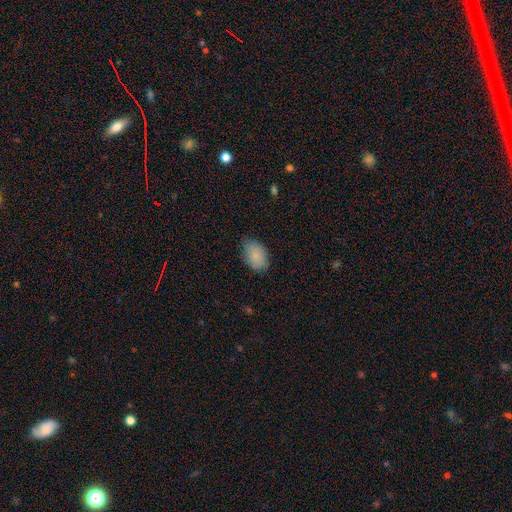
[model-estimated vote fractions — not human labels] A smooth galaxy with no disk features (86%) that is in between round and cigar-shaped (87%). Merging: none (71%).